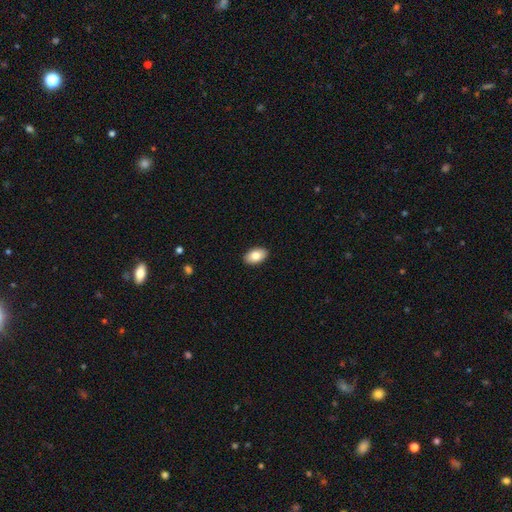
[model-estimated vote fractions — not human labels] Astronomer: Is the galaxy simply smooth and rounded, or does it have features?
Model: smooth — 82%.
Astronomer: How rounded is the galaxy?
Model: in between — 93%.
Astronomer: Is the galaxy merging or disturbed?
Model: none — 91%.